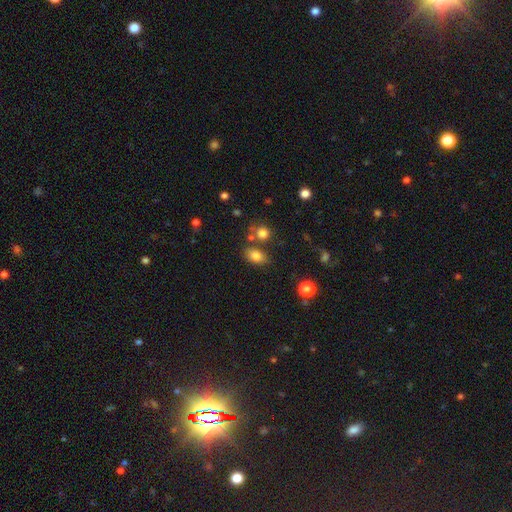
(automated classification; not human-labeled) Smooth or featured?
  - smooth: 81% *
  - star or artifact: 11%
  - featured or disk: 8%
How rounded?
  - in between: 81% *
  - round: 17%
  - cigar-shaped: 2%
Merging?
  - none: 67% *
  - minor disturbance: 14%
  - merger: 13%
  - major disturbance: 5%